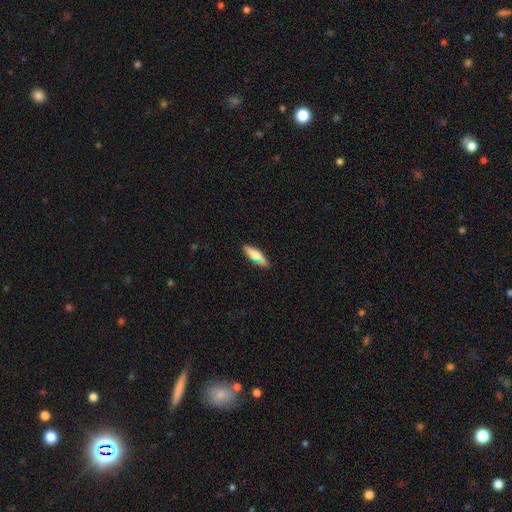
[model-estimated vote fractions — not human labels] A smooth galaxy with no disk features (68%) that is in between round and cigar-shaped (50%).

Vote fractions:
- Smooth or featured? smooth: 68% / featured or disk: 25% / star or artifact: 7%
- How rounded? in between: 50% / cigar-shaped: 47% / round: 2%
- Merging? none: 82% / minor disturbance: 13% / major disturbance: 3% / merger: 2%